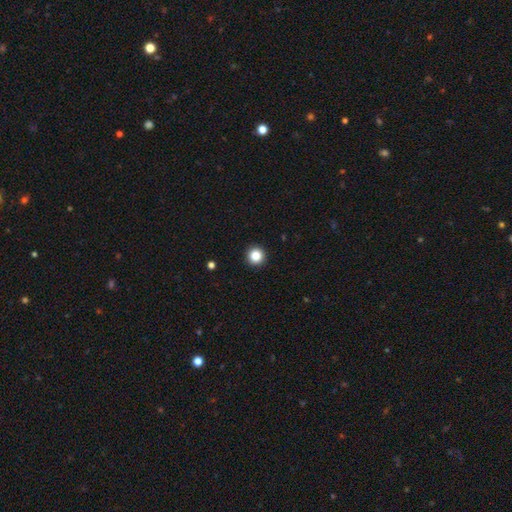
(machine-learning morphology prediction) This appears to be a smooth galaxy with no disk features (86%) that is round (96%). Merging: none (93%).